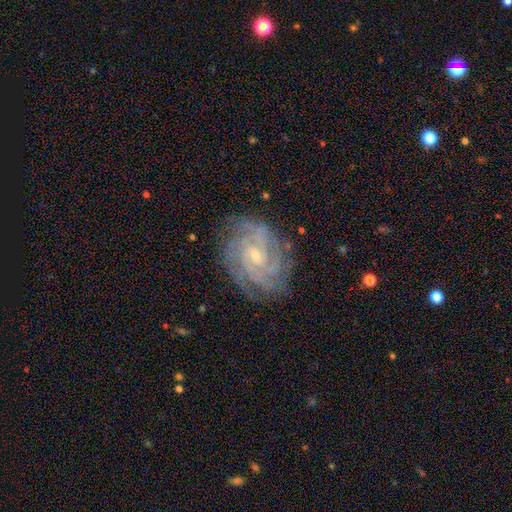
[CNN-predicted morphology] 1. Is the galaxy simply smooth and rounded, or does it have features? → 88% featured or disk, 6% star or artifact, 5% smooth.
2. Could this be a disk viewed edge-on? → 97% no, 3% yes.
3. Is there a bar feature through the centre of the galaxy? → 47% no, 41% weak, 12% strong.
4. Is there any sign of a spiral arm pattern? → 98% yes, 2% no.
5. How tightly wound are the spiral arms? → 77% tight, 20% medium, 3% loose.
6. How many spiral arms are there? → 27% 4, 22% can't tell, 17% 3, 14% more than 4, 12% 2, 8% 1.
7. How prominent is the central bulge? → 71% small, 25% moderate, 2% none, 1% large, 1% dominant.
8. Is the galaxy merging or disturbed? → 81% none, 14% minor disturbance, 4% major disturbance, 1% merger.